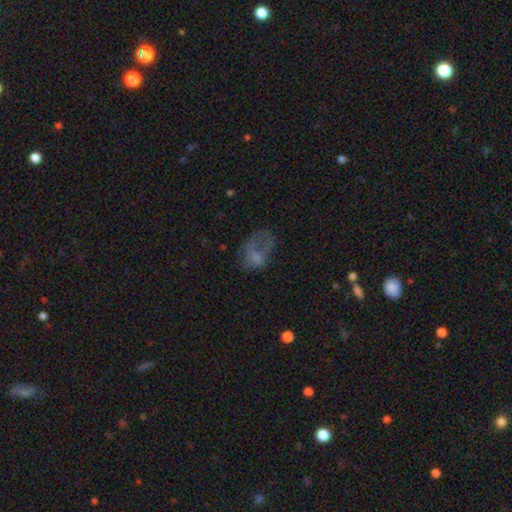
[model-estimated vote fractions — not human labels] This is possibly a smooth galaxy (53%). How rounded: likely in between (77%). Merging: possibly major disturbance (48%).